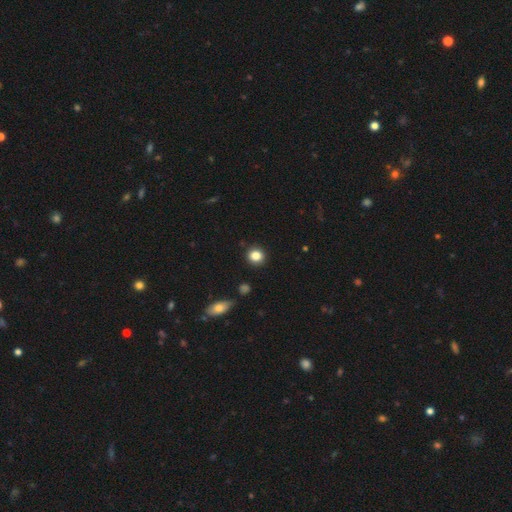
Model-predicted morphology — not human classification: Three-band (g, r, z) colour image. It shows a smooth galaxy with no disk features (84%) that is round (86%). Merging: none (89%).